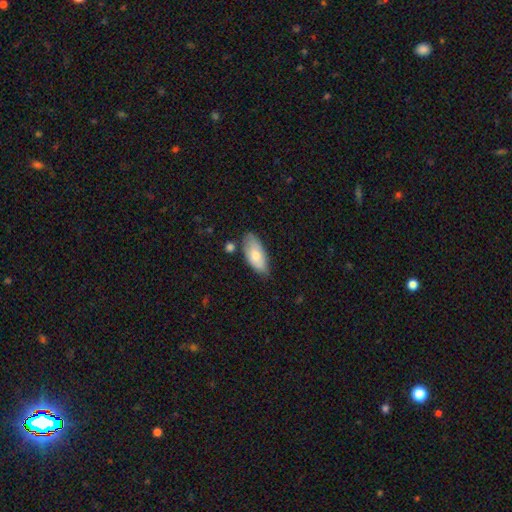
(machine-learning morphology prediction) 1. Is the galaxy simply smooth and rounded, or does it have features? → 74% smooth, 20% featured or disk, 6% star or artifact.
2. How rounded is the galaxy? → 89% in between, 9% cigar-shaped, 2% round.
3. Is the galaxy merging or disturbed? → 68% none, 23% minor disturbance, 5% merger, 4% major disturbance.